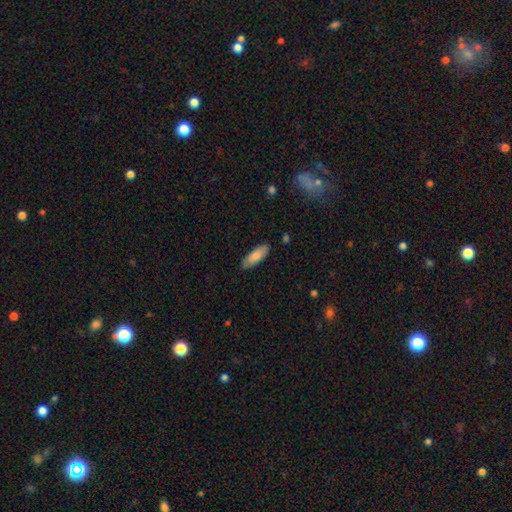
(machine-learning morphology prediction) Q: Smooth or featured?
A: smooth (84%); runner-up: featured or disk (10%)
Q: How rounded?
A: in between (59%); runner-up: cigar-shaped (39%)
Q: Merging?
A: none (87%); runner-up: minor disturbance (10%)